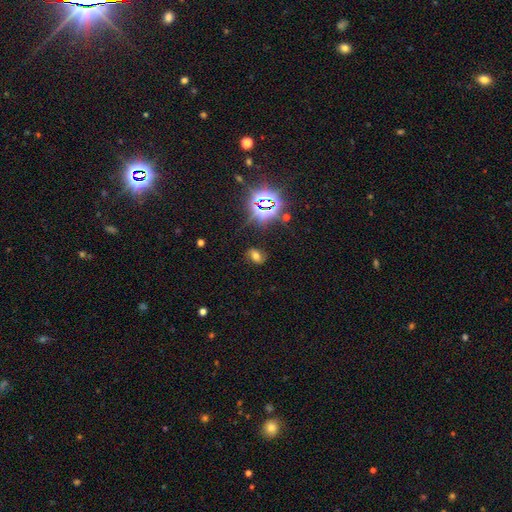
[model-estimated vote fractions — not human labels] Morphology: type=smooth (47%); merging=none (79%).